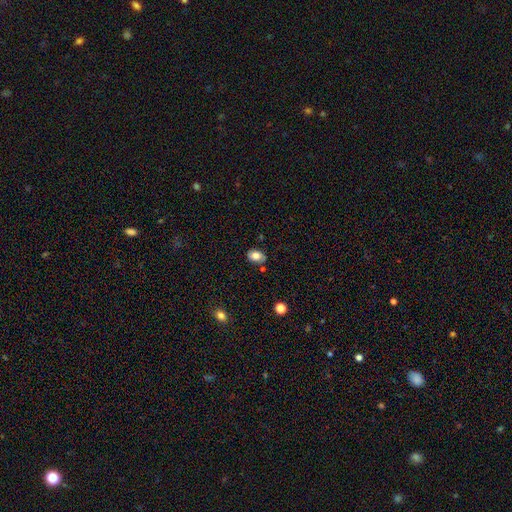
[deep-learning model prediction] smooth_or_featured: smooth (p=0.80) [alt: featured or disk p=0.11]
how_rounded: in between (p=0.79) [alt: round p=0.19]
merging: none (p=0.78) [alt: minor disturbance p=0.15]